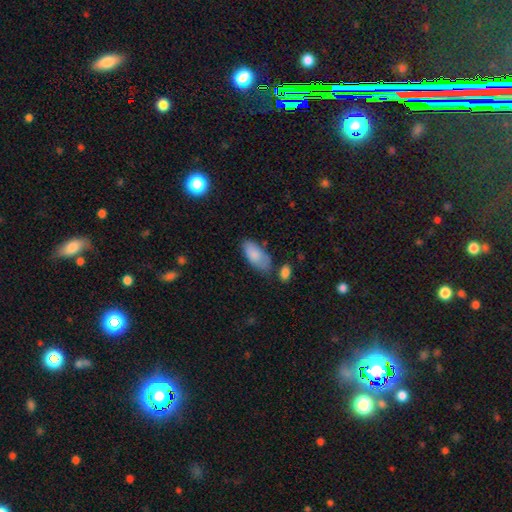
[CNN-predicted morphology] Smooth or featured? smooth (83%)
How rounded? in between (91%)
Merging? none (59%)